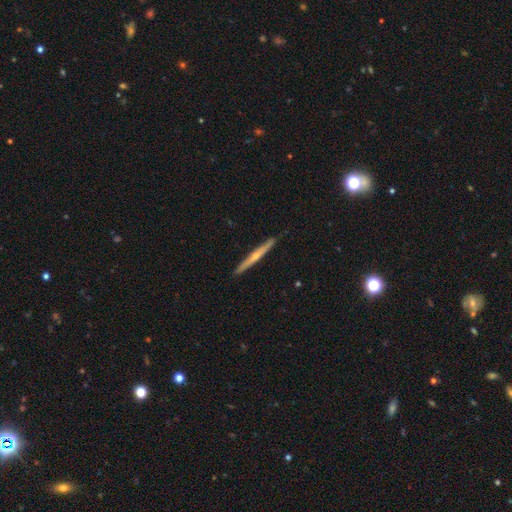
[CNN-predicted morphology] Smooth or featured: featured or disk — 63% (smooth — 31%)
Edge-on disk: yes — 97% (no — 3%)
Edge-on bulge: rounded — 68% (none — 29%)
Merging: none — 91% (minor disturbance — 6%)